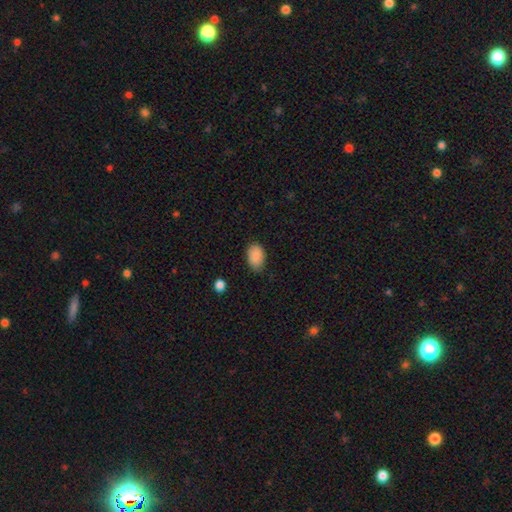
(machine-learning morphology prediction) Smooth or featured: smooth — 88% (star or artifact — 7%)
How rounded: in between — 85% (round — 14%)
Merging: none — 78% (minor disturbance — 18%)